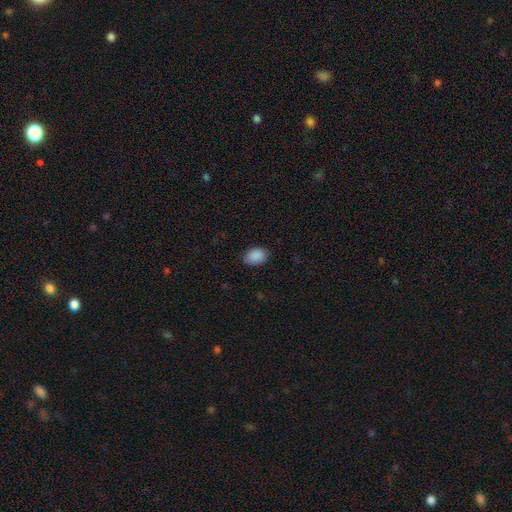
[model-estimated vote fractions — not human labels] This appears to be a smooth galaxy with no disk features (90%) that is in between round and cigar-shaped (73%). Merging: none (85%).